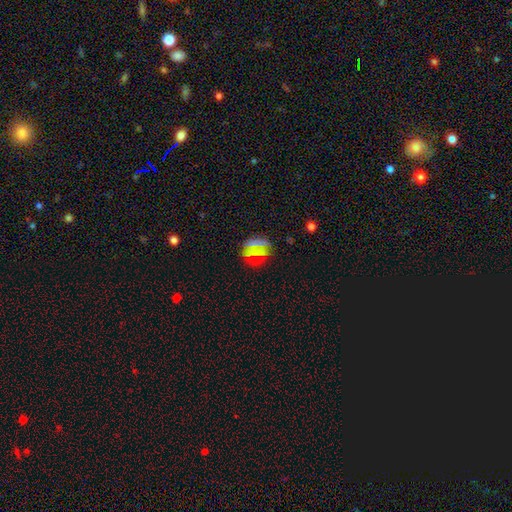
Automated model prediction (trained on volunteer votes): Morphology: type=smooth (63%); roundness=round (78%); merging=none (80%).